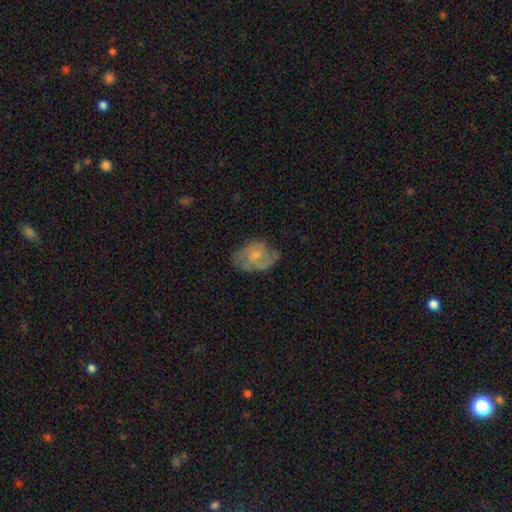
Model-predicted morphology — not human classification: featured or disk 63%, smooth 30%, star or artifact 7%. Down the decision tree: edge-on disk — no (97%); bar — no (58%); spiral arms — yes (83%); spiral arm count — 2 (53%); spiral winding — medium (45%); bulge size — small (51%); merging — none (56%).